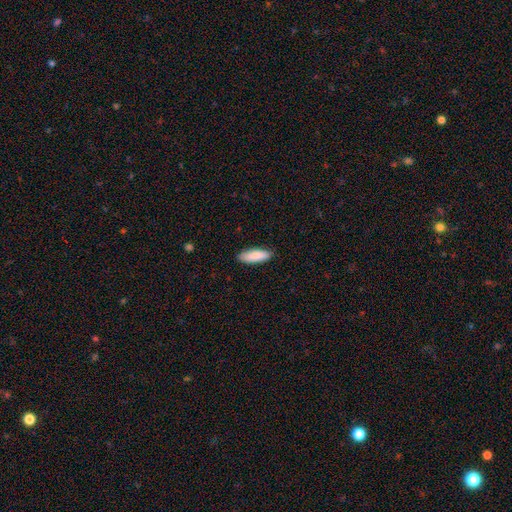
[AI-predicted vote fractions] smooth_or_featured: smooth (p=0.88) [alt: featured or disk p=0.06]
how_rounded: in between (p=0.56) [alt: cigar-shaped p=0.43]
merging: none (p=0.88) [alt: minor disturbance p=0.09]